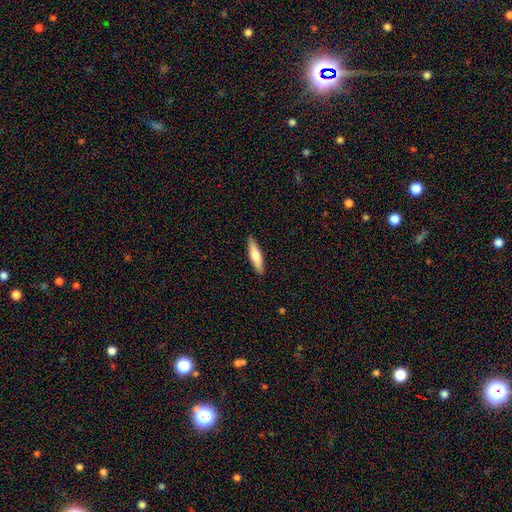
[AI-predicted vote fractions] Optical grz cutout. It shows a smooth galaxy with no disk features (70%) that is cigar-shaped (75%). Merging: none (89%).